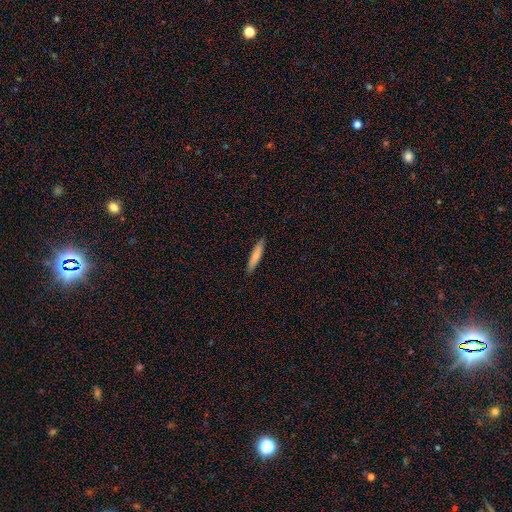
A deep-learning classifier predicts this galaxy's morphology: Smooth or featured? smooth (77%)
How rounded? cigar-shaped (89%)
Merging? none (89%)